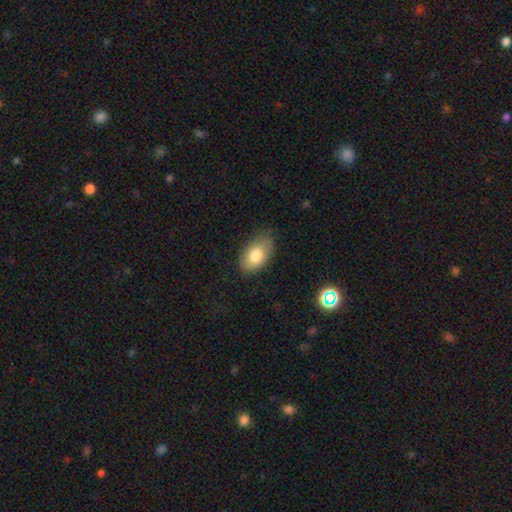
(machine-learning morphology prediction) Smooth or featured? smooth (77%)
How rounded? in between (90%)
Merging? none (76%)